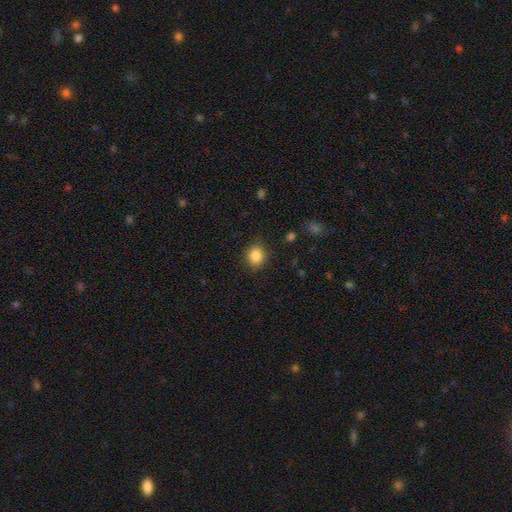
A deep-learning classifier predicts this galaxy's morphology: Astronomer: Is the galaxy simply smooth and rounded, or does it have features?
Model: smooth — 85%.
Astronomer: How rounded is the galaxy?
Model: round — 70%.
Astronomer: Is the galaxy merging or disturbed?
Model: none — 87%.